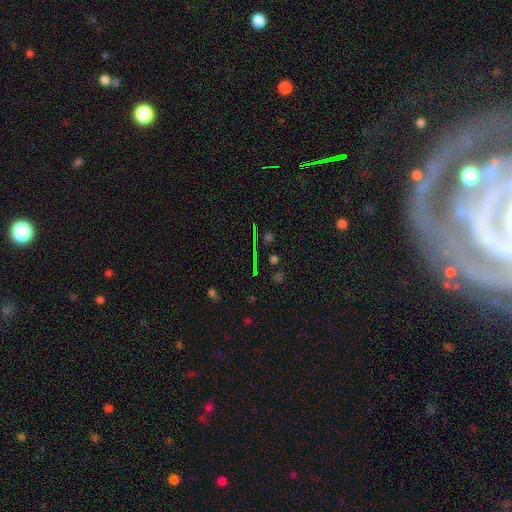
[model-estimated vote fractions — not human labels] A star or artifact, not a galaxy (73%).